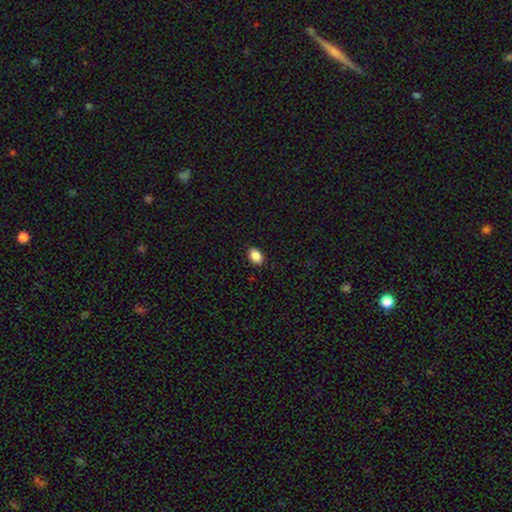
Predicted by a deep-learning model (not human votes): smooth_or_featured: smooth (p=0.87) [alt: star or artifact p=0.09]
how_rounded: in between (p=0.77) [alt: round p=0.22]
merging: none (p=0.90) [alt: minor disturbance p=0.08]